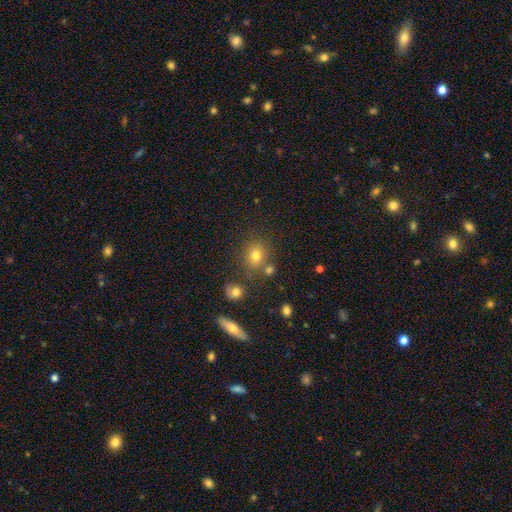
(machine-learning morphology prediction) type=smooth (73%); roundness=round (67%); merging=none (73%).